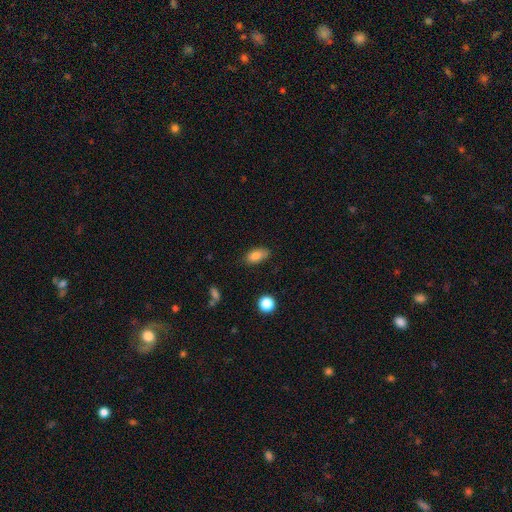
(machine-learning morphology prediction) smooth_or_featured: smooth (p=0.83) [alt: star or artifact p=0.09]
how_rounded: in between (p=0.89) [alt: round p=0.07]
merging: none (p=0.79) [alt: minor disturbance p=0.16]